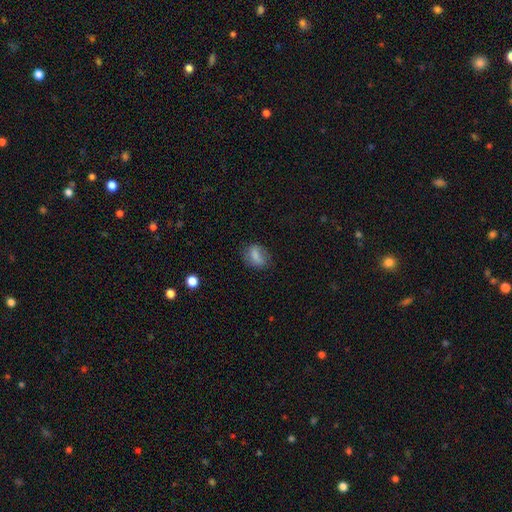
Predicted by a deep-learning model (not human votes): Morphology: type=smooth (76%); roundness=in between (69%); merging=none (68%).